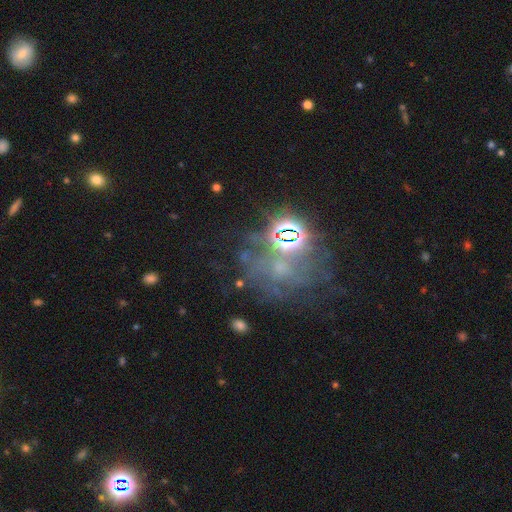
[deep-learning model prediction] This appears to be a star or artifact, not a galaxy (58%).